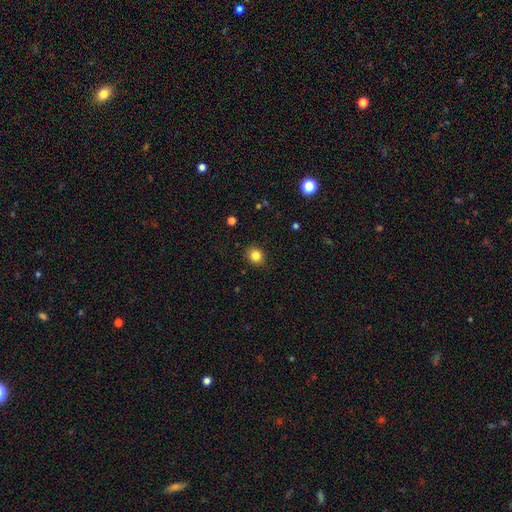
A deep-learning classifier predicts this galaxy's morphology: Smooth or featured: smooth — 83% (star or artifact — 11%)
How rounded: round — 74% (in between — 26%)
Merging: none — 89% (minor disturbance — 8%)